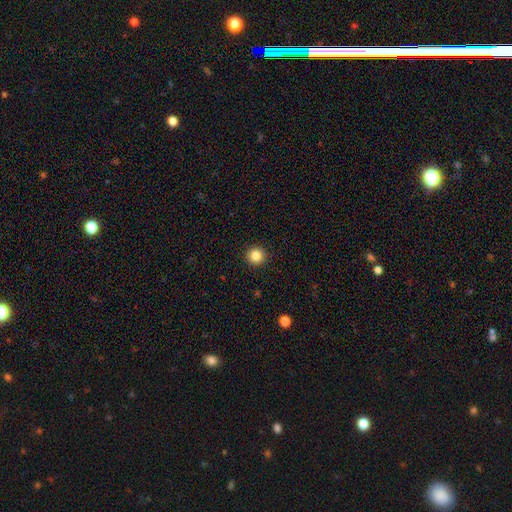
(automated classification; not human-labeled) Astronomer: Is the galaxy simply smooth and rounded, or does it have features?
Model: smooth — 84%.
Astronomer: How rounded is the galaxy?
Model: round — 95%.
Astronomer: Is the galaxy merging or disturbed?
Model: none — 93%.